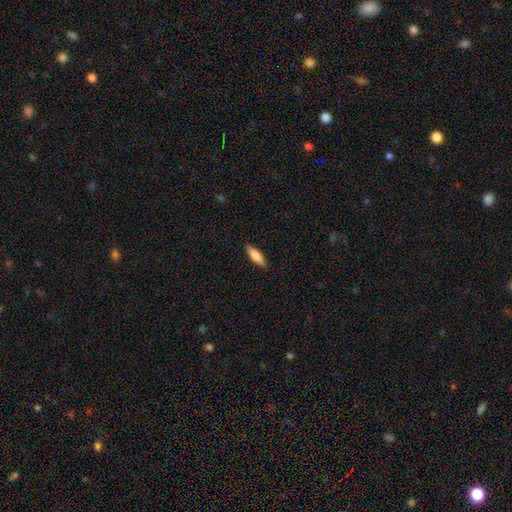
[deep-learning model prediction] Smooth or featured? Predicted: smooth (p=0.75). How rounded? Predicted: cigar-shaped (p=0.56). Merging? Predicted: none (p=0.89).